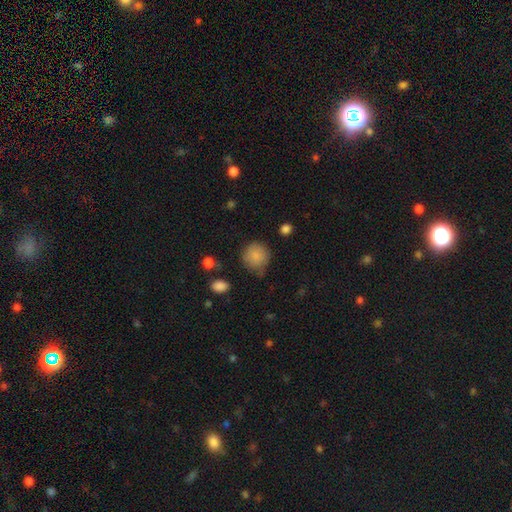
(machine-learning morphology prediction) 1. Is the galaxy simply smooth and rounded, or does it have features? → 85% smooth, 9% star or artifact, 7% featured or disk.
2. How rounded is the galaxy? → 90% round, 9% in between, 1% cigar-shaped.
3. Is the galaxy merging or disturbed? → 69% none, 23% minor disturbance, 6% major disturbance, 3% merger.